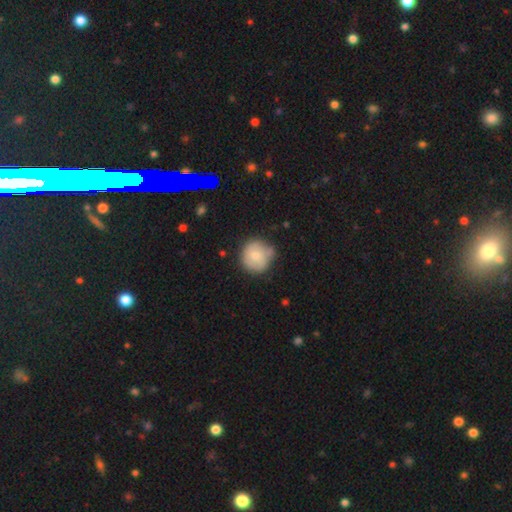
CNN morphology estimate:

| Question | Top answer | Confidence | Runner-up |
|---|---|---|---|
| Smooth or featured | smooth | 75% | featured or disk (18%) |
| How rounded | round | 93% | in between (6%) |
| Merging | none | 63% | minor disturbance (23%) |